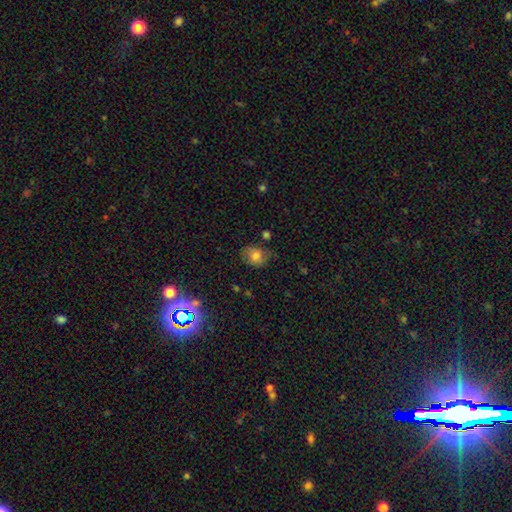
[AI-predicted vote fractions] This is likely a smooth galaxy (74%). How rounded: possibly round (51%). Merging: likely none (68%).